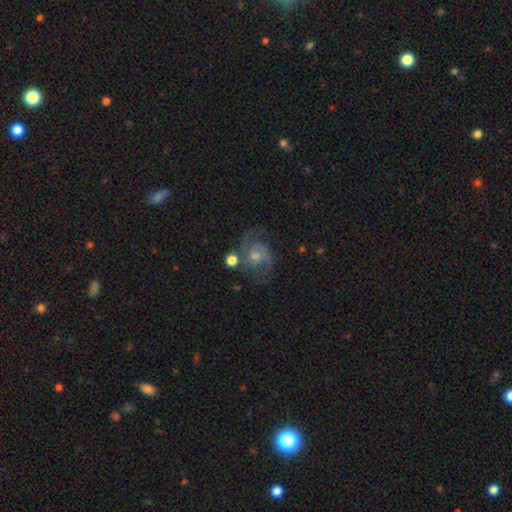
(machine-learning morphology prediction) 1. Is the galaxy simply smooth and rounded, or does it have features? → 82% featured or disk, 9% smooth, 9% star or artifact.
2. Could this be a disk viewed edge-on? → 98% no, 2% yes.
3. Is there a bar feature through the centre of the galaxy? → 62% no, 32% weak, 6% strong.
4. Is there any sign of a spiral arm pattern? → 96% yes, 4% no.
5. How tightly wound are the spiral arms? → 56% medium, 25% tight, 19% loose.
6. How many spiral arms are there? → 76% 2, 9% 3, 8% can't tell, 3% 1, 2% 4, 2% more than 4.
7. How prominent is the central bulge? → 47% moderate, 46% small, 3% none, 3% large, 1% dominant.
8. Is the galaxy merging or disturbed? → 68% none, 17% minor disturbance, 10% major disturbance, 5% merger.